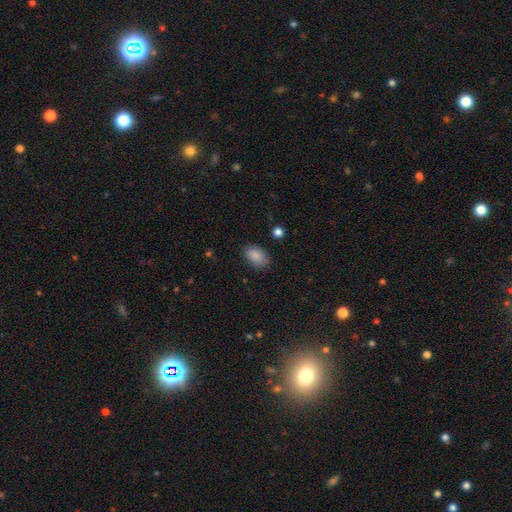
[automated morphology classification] The model was most divided on "merging": none: 82%, minor disturbance: 14%, major disturbance: 3%, merger: 1%. More confident: how rounded — in between (90%); smooth or featured — smooth (88%).